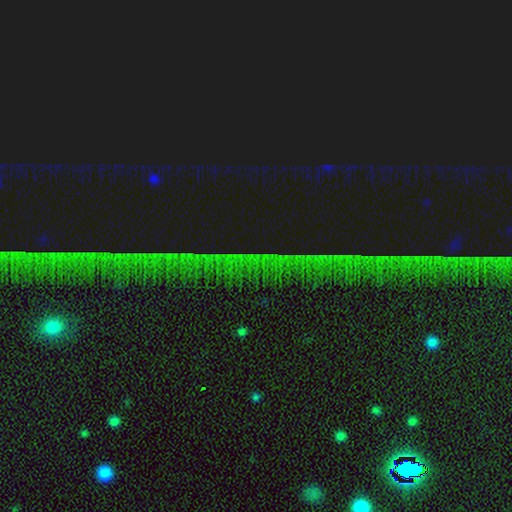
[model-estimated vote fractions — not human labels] Smooth or featured?
  - star or artifact: 78% *
  - featured or disk: 12%
  - smooth: 10%